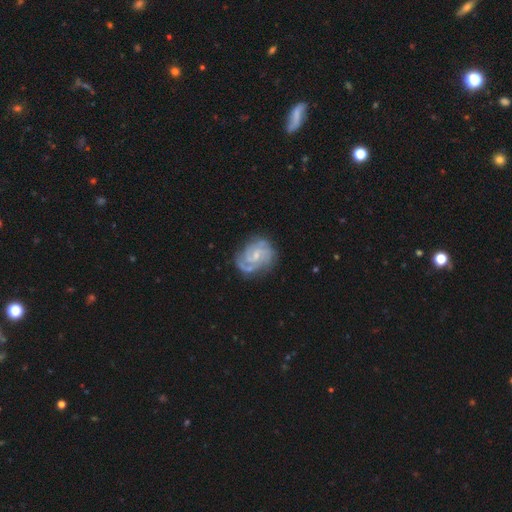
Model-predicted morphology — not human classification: Smooth or featured: featured or disk — 86% (smooth — 8%)
Edge-on disk: no — 98% (yes — 2%)
Bar: weak — 52% (no — 38%)
Spiral arms: yes — 97% (no — 3%)
Spiral winding: tight — 54% (medium — 38%)
Spiral arm count: 2 — 50% (3 — 21%)
Bulge size: small — 60% (moderate — 29%)
Merging: none — 71% (minor disturbance — 19%)